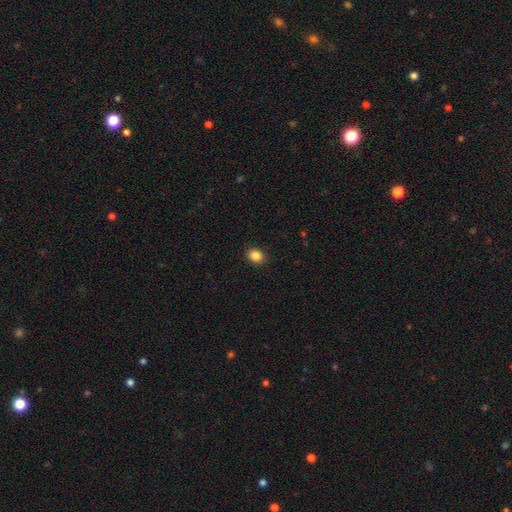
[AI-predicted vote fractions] Smooth or featured: smooth — 86% (star or artifact — 10%)
How rounded: round — 56% (in between — 43%)
Merging: none — 91% (minor disturbance — 6%)